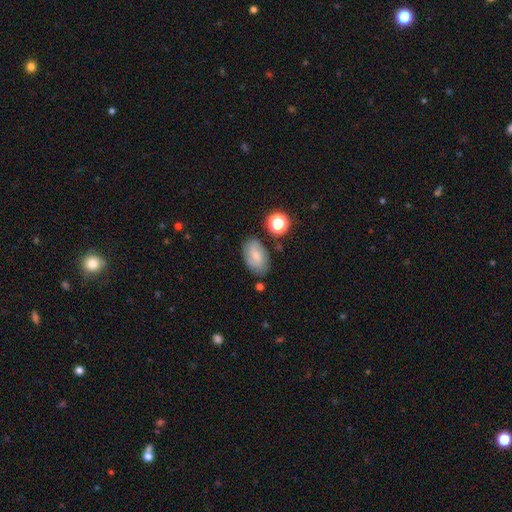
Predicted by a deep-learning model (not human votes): The model was most divided on "smooth or featured": smooth: 66%, featured or disk: 24%, star or artifact: 10%. More confident: how rounded — in between (88%); merging — none (73%).